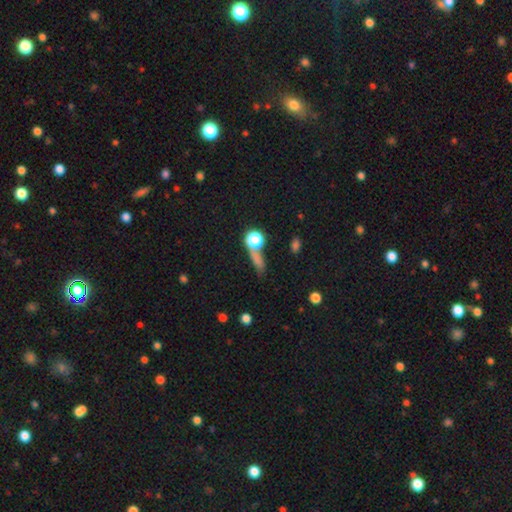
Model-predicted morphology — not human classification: smooth 60%, star or artifact 25%, featured or disk 15%. Down the decision tree: how rounded — round (40%); merging — none (54%).